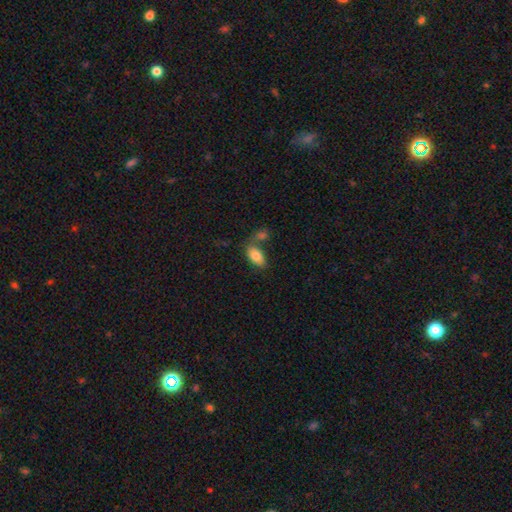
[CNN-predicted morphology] type=smooth (82%); roundness=in between (93%); merging=none (47%).